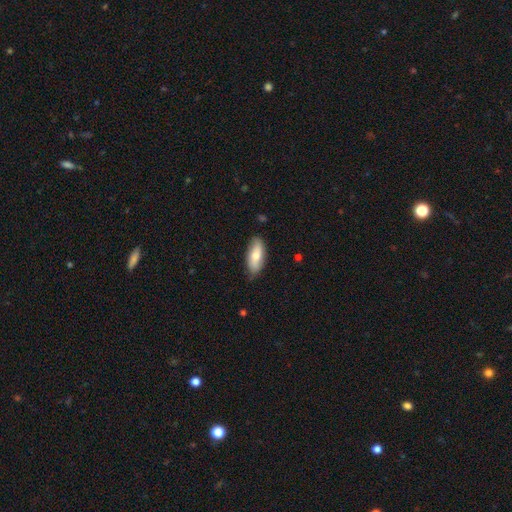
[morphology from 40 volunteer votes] Volunteers were most divided on "smooth or featured": smooth: 60%, featured or disk: 35%, star or artifact: 5%. More confident: how rounded — in between (88%); merging — none (63%).